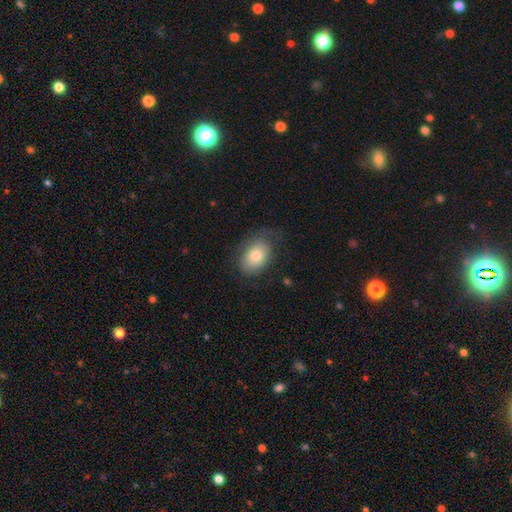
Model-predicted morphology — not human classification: A smooth galaxy with no disk features (77%) that is in between round and cigar-shaped (83%). Merging: none (65%).